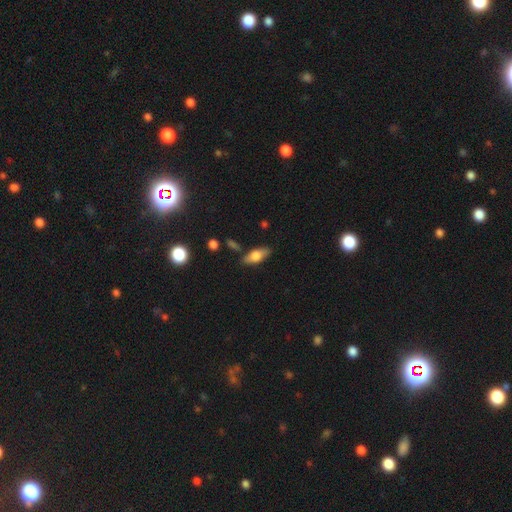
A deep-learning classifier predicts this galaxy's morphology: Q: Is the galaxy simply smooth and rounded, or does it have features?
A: smooth — 66%.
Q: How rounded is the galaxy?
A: in between — 77%.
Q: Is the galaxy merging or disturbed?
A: none — 80%.